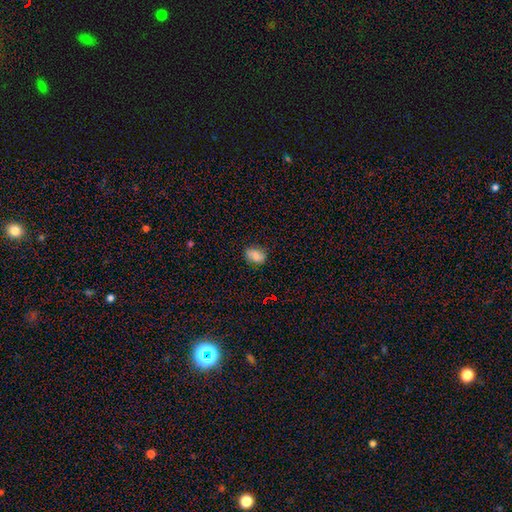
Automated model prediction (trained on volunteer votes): Smooth or featured?
  - smooth: 78% *
  - star or artifact: 11%
  - featured or disk: 10%
How rounded?
  - in between: 71% *
  - round: 27%
  - cigar-shaped: 2%
Merging?
  - none: 75% *
  - minor disturbance: 20%
  - major disturbance: 4%
  - merger: 2%